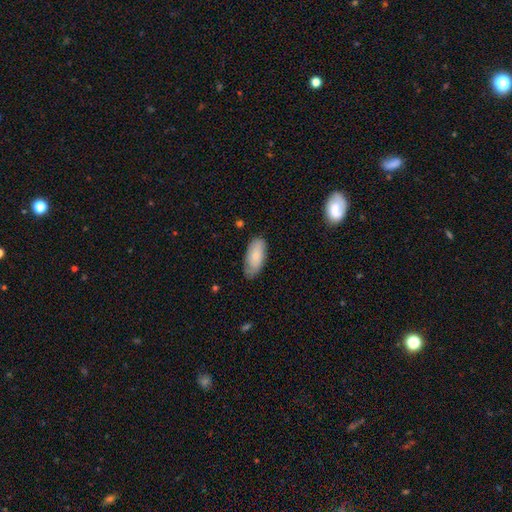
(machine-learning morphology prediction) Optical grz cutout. It shows a smooth galaxy with no disk features (79%) that is in between round and cigar-shaped (88%). Merging: none (73%).